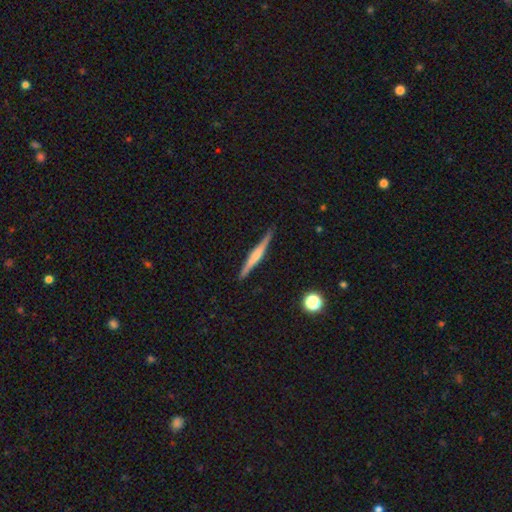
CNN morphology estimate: featured or disk 64%, smooth 30%, star or artifact 6%. Down the decision tree: edge-on disk — yes (98%); edge-on bulge — rounded (55%); merging — none (89%).